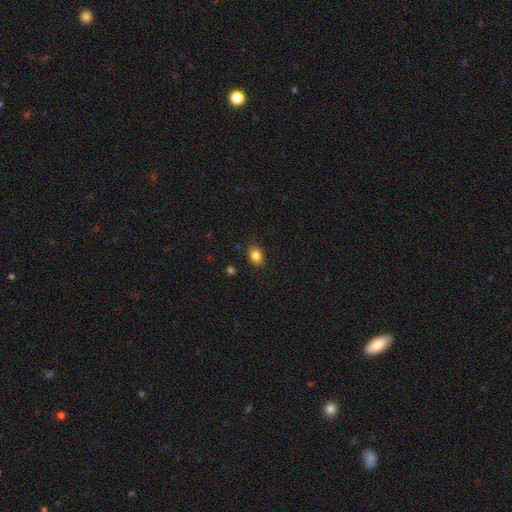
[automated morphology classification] smooth_or_featured: smooth (p=0.85) [alt: star or artifact p=0.10]
how_rounded: in between (p=0.63) [alt: round p=0.36]
merging: none (p=0.86) [alt: minor disturbance p=0.10]